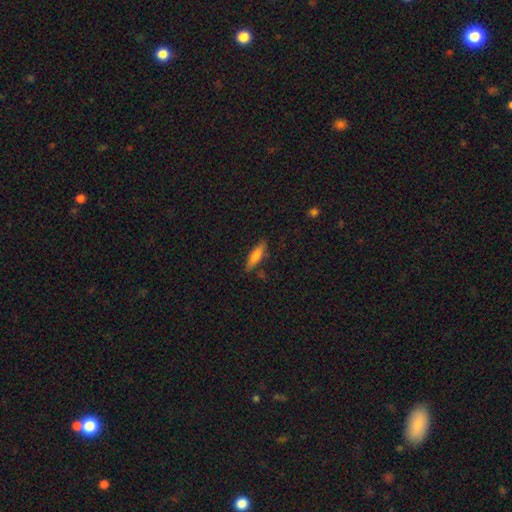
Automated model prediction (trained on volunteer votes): Smooth or featured? smooth (69%)
How rounded? cigar-shaped (69%)
Merging? none (81%)